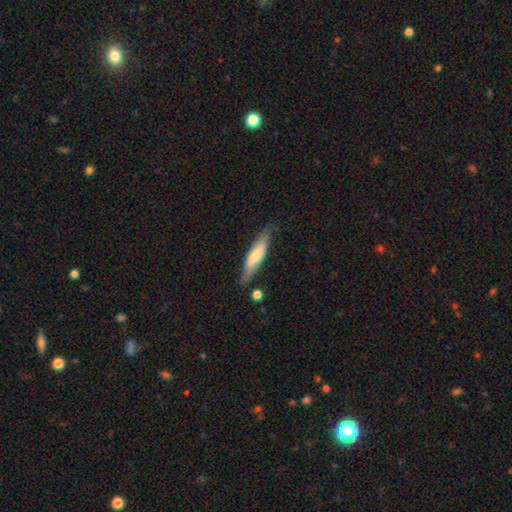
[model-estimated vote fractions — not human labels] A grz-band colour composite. It shows a smooth galaxy with no disk features (59%) that is cigar-shaped (73%). Merging: none (73%).